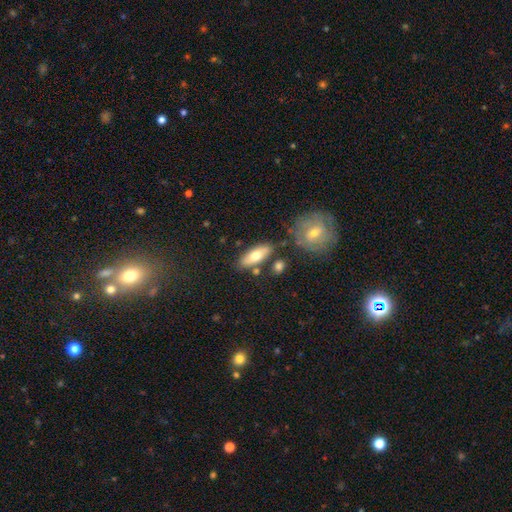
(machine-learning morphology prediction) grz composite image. It shows a smooth galaxy with no disk features (70%) that is in between round and cigar-shaped (71%). Merging: none (75%).